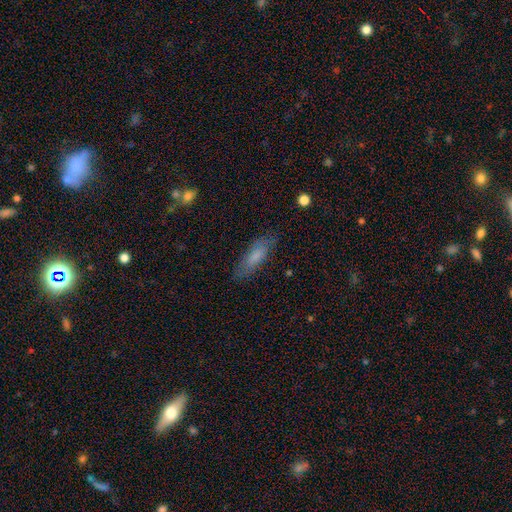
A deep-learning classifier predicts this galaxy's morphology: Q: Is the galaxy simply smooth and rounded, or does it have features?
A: smooth — 72%.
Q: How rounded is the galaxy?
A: cigar-shaped — 50%.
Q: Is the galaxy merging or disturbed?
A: none — 79%.